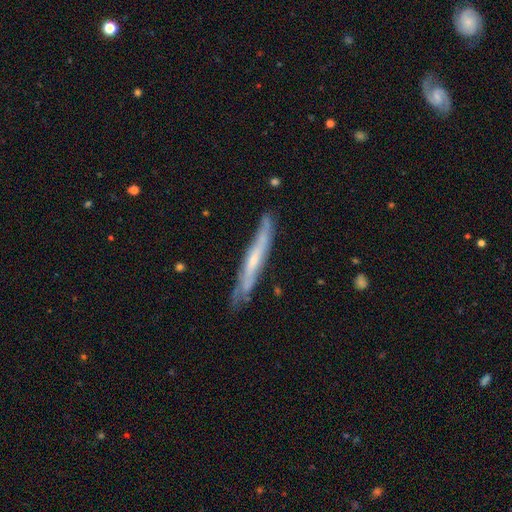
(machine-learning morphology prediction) Overall: featured or disk (64%; smooth 30%). Edge-on disk: yes (81%). Edge-on bulge: none (62%; rounded 31%). Merging: none (76%).